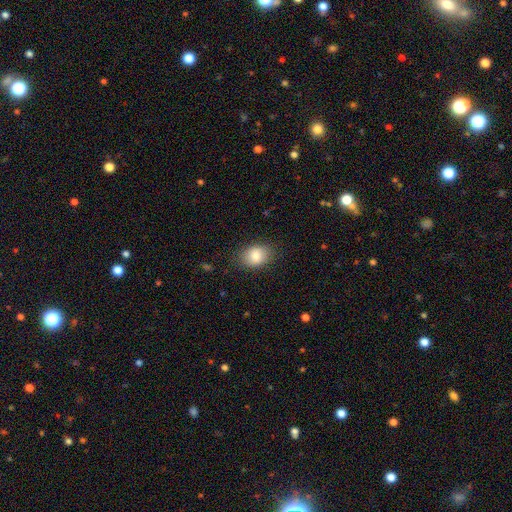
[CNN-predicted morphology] smooth-or-featured: smooth: 85% | star or artifact: 8% | featured or disk: 7%
  how-rounded: in between: 73% | round: 26% | cigar-shaped: 1%
  merging: none: 84% | minor disturbance: 12% | major disturbance: 3% | merger: 1%